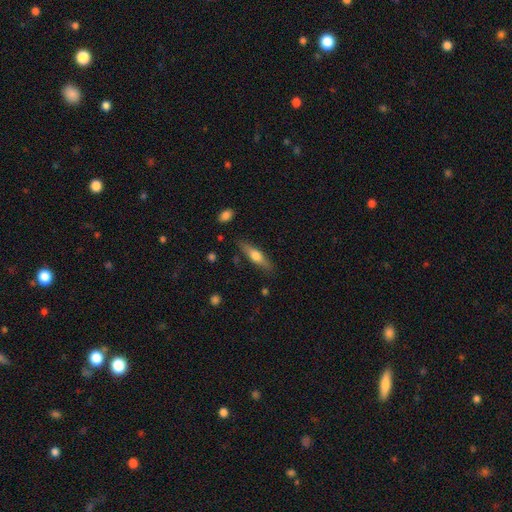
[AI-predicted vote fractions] smooth-or-featured: smooth: 55% | featured or disk: 39% | star or artifact: 6%
  how-rounded: cigar-shaped: 67% | in between: 31% | round: 2%
  merging: none: 83% | minor disturbance: 12% | major disturbance: 3% | merger: 2%